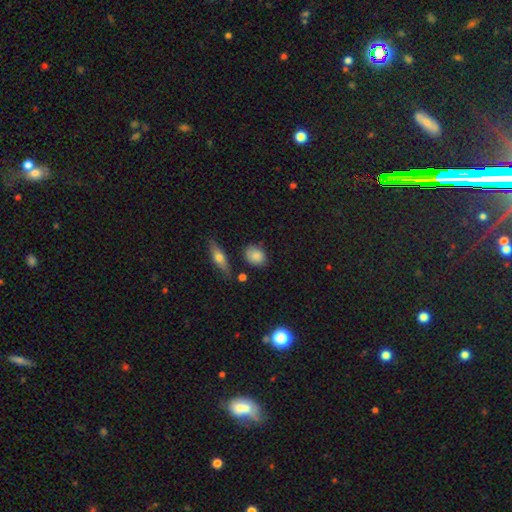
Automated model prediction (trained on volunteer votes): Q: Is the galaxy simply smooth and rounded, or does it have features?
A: smooth — 83%.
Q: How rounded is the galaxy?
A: in between — 50%.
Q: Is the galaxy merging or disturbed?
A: none — 74%.